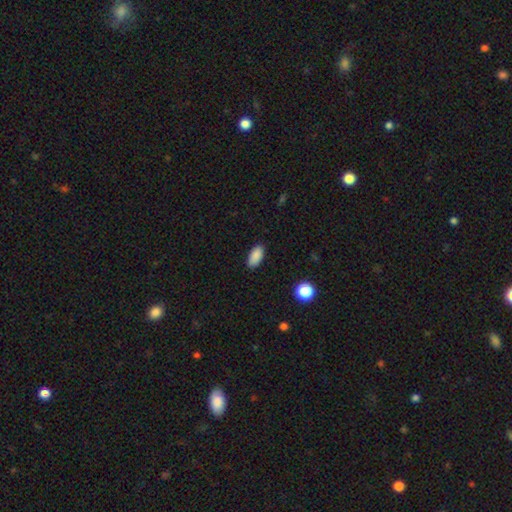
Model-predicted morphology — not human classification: Smooth or featured? smooth (88%)
How rounded? in between (91%)
Merging? none (86%)